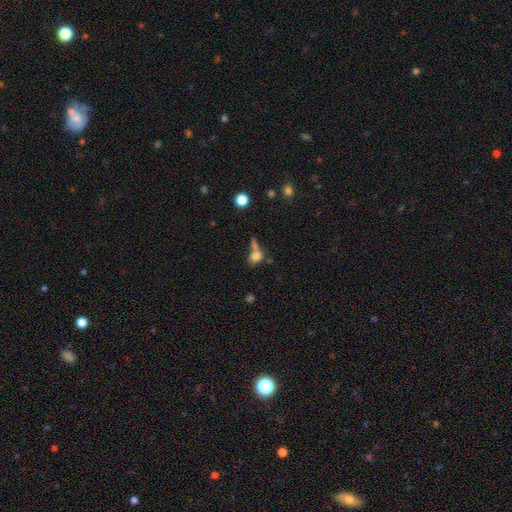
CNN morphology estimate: This is likely a smooth galaxy (76%). How rounded: possibly round (52%). Merging: marginally merger (43%).